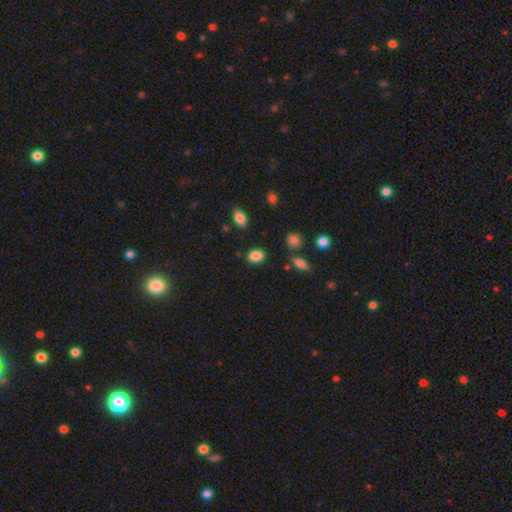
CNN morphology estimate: Smooth or featured?
  - smooth: 86% *
  - star or artifact: 10%
  - featured or disk: 5%
How rounded?
  - in between: 67% *
  - round: 31%
  - cigar-shaped: 1%
Merging?
  - none: 83% *
  - minor disturbance: 11%
  - major disturbance: 3%
  - merger: 3%